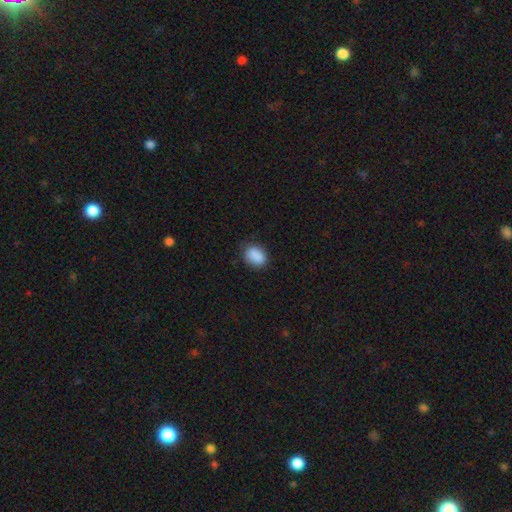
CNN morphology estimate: The model was most divided on "how rounded": in between: 71%, round: 28%, cigar-shaped: 1%. More confident: smooth or featured — smooth (88%); merging — none (81%).